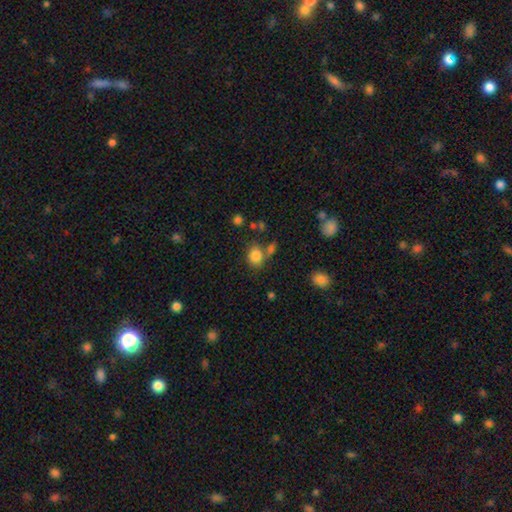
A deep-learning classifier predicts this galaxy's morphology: The model was most divided on "how rounded": round: 56%, in between: 42%, cigar-shaped: 1%. More confident: smooth or featured — smooth (83%); merging — none (61%).